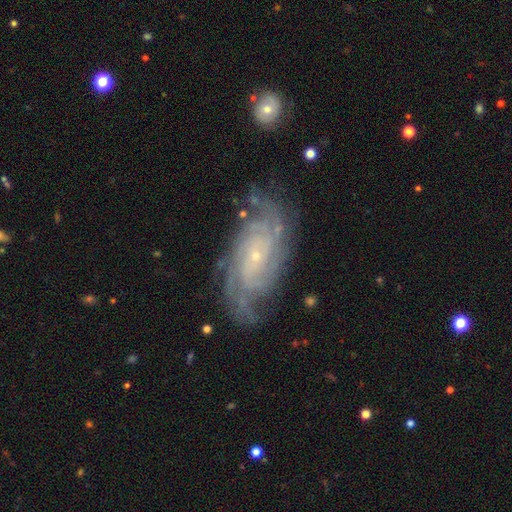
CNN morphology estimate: Q: Smooth or featured?
A: featured or disk (88%); runner-up: smooth (6%)
Q: Edge-on disk?
A: no (96%); runner-up: yes (4%)
Q: Bar?
A: no (72%); runner-up: weak (21%)
Q: Spiral arms?
A: yes (97%); runner-up: no (3%)
Q: Spiral winding?
A: tight (71%); runner-up: medium (24%)
Q: Spiral arm count?
A: can't tell (27%); runner-up: 4 (25%)
Q: Bulge size?
A: small (86%); runner-up: moderate (10%)
Q: Merging?
A: none (76%); runner-up: minor disturbance (16%)